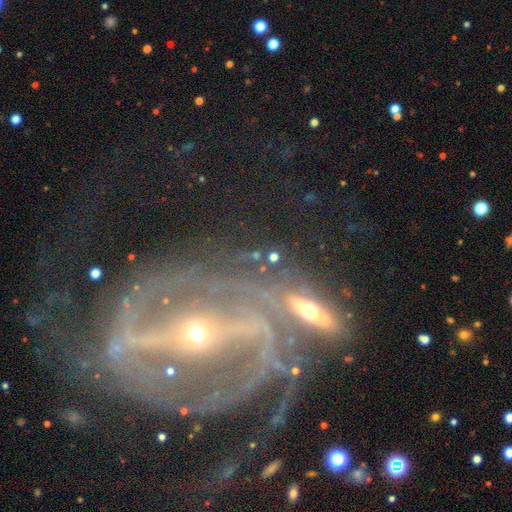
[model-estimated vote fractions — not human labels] The model was most divided on "spiral winding": medium: 43%, tight: 39%, loose: 19%. More confident: edge-on disk — no (87%); spiral arms — yes (87%); smooth or featured — featured or disk (81%); bulge size — small (72%); spiral arm count — 2 (71%); bar — strong (60%); merging — none (60%).